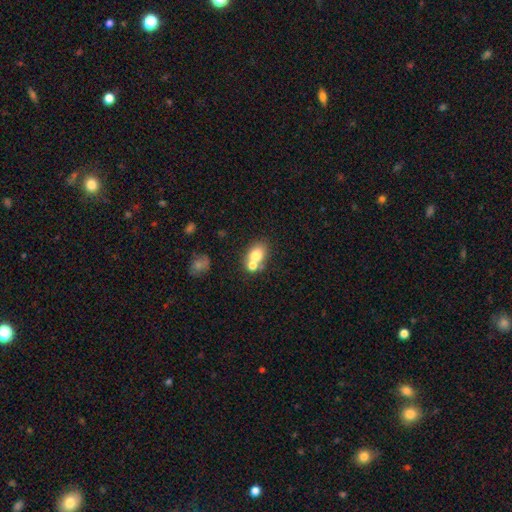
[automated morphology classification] Smooth or featured? Predicted: smooth (p=0.73). How rounded? Predicted: in between (p=0.56). Merging? Predicted: merger (p=0.51).